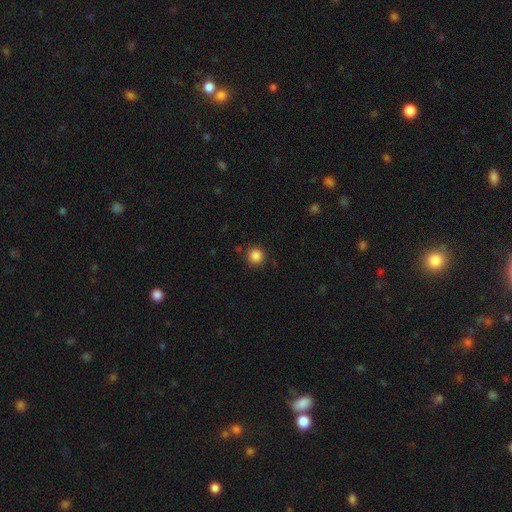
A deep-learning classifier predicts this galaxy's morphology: smooth-or-featured: smooth: 86% | star or artifact: 11% | featured or disk: 3%
  how-rounded: round: 94% | in between: 5% | cigar-shaped: 1%
  merging: none: 89% | minor disturbance: 7% | major disturbance: 2% | merger: 2%